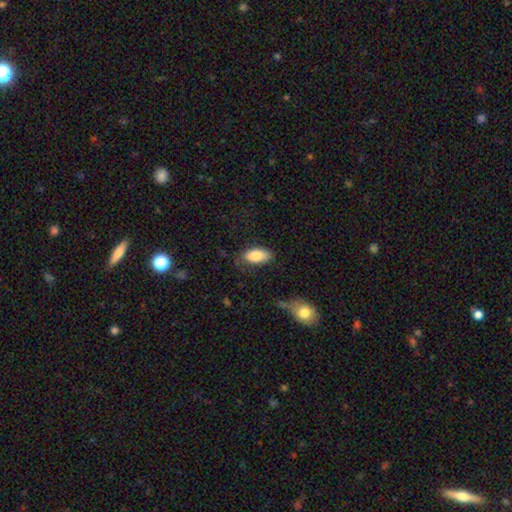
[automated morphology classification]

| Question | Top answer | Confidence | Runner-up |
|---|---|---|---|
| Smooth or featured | smooth | 82% | featured or disk (11%) |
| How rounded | in between | 91% | cigar-shaped (7%) |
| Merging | none | 73% | minor disturbance (20%) |